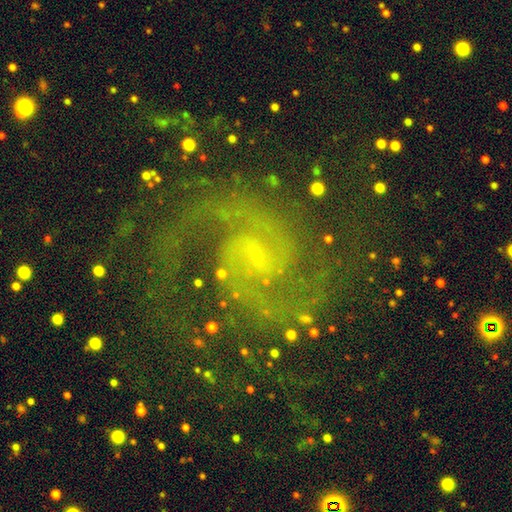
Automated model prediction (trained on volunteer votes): Q: Smooth or featured?
A: featured or disk (89%); runner-up: star or artifact (8%)
Q: Edge-on disk?
A: no (98%); runner-up: yes (2%)
Q: Bar?
A: weak (47%); runner-up: no (43%)
Q: Spiral arms?
A: yes (98%); runner-up: no (2%)
Q: Spiral winding?
A: medium (57%); runner-up: tight (28%)
Q: Spiral arm count?
A: 2 (79%); runner-up: 3 (6%)
Q: Bulge size?
A: small (69%); runner-up: none (15%)
Q: Merging?
A: none (75%); runner-up: minor disturbance (14%)